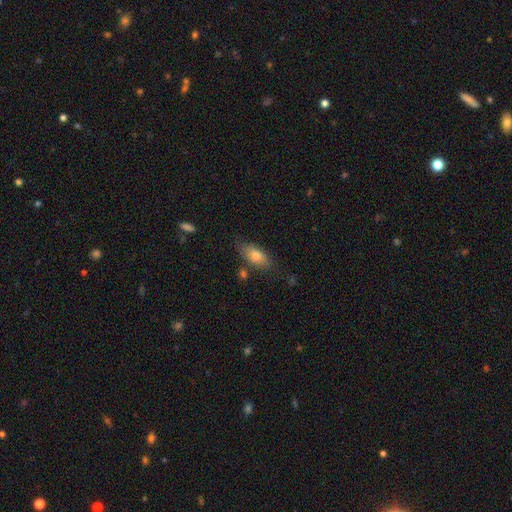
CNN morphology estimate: The model was most divided on "merging": none: 72%, minor disturbance: 18%, merger: 5%, major disturbance: 4%. More confident: how rounded — in between (84%); smooth or featured — smooth (77%).